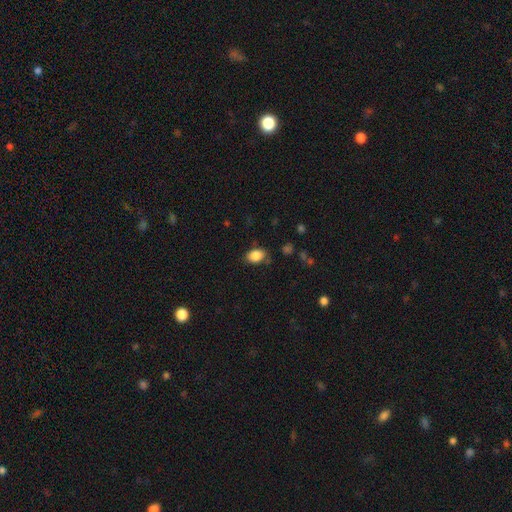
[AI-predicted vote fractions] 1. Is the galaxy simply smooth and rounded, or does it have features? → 86% smooth, 8% star or artifact, 5% featured or disk.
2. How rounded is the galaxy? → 83% in between, 16% round, 1% cigar-shaped.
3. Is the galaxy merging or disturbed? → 76% none, 18% minor disturbance, 4% major disturbance, 2% merger.